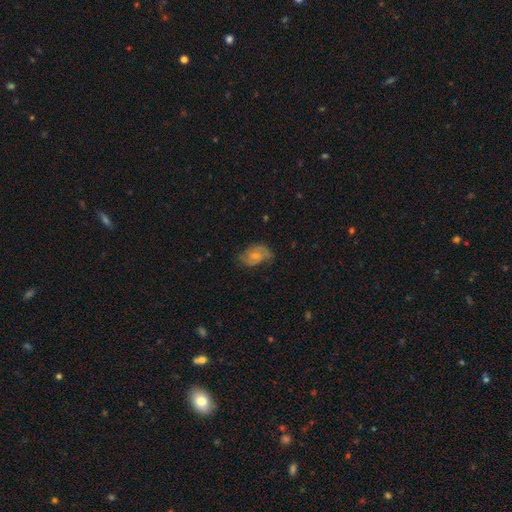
smooth-or-featured: featured or disk: 66% | smooth: 34% | star or artifact: 0%
  disk-edge-on: no: 100% | yes: 0%
    bar: no: 48% | weak: 44% | strong: 8%
    has-spiral-arms: yes: 80% | no: 20%
      spiral-winding: medium: 55% | tight: 25% | loose: 20%
      spiral-arm-count: 2: 85% | can't tell: 15% | 1: 0% | 3: 0% | 4: 0% | more than 4: 0%
    bulge-size: small: 52% | moderate: 44% | large: 4% | dominant: 0% | none: 0%
  merging: none: 71% | minor disturbance: 18% | major disturbance: 11% | merger: 0%